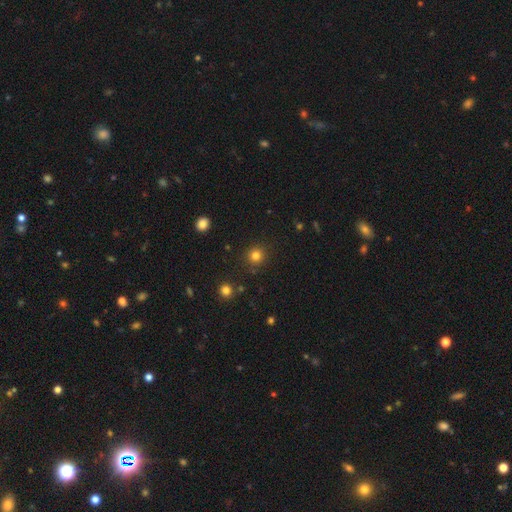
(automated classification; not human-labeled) Q: Smooth or featured?
A: smooth (80%); runner-up: star or artifact (14%)
Q: How rounded?
A: round (93%); runner-up: in between (6%)
Q: Merging?
A: none (90%); runner-up: minor disturbance (6%)